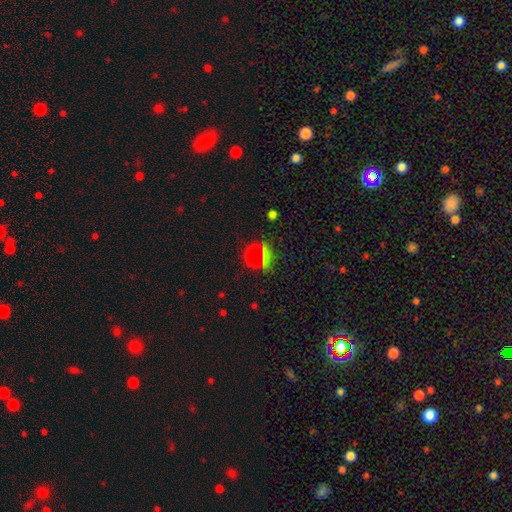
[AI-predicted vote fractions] This is possibly a star or artifact rather than a galaxy (47%).